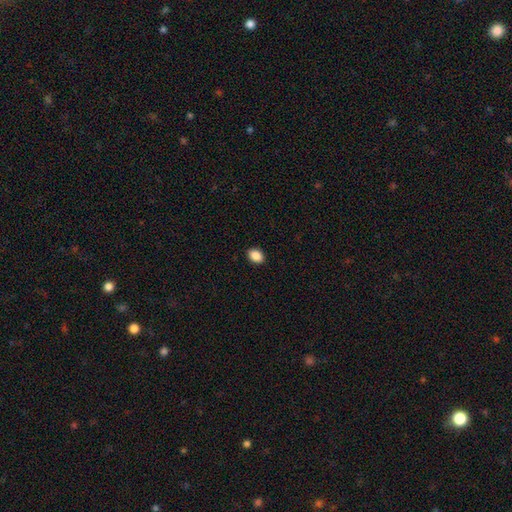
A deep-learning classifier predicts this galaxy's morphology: type=smooth (89%); roundness=in between (76%); merging=none (91%).